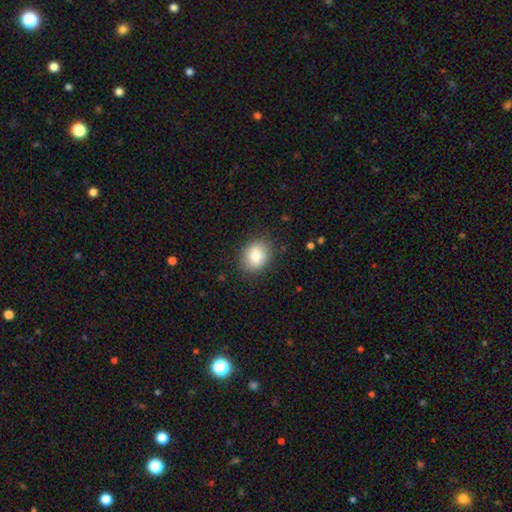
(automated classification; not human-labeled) Smooth or featured? smooth (84%)
How rounded? round (55%)
Merging? none (86%)